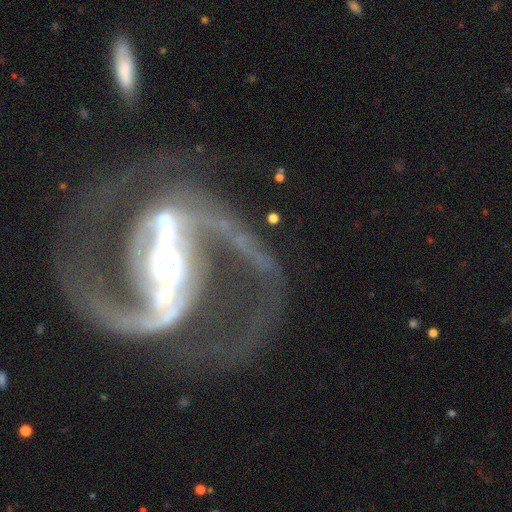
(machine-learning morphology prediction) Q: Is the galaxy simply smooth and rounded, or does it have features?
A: featured or disk — 93%.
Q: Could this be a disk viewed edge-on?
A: no — 97%.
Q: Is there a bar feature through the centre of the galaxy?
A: strong — 75%.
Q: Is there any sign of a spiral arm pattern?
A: yes — 98%.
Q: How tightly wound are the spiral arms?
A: medium — 62%.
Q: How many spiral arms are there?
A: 2 — 94%.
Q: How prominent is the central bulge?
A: moderate — 46%.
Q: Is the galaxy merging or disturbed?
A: none — 71%.